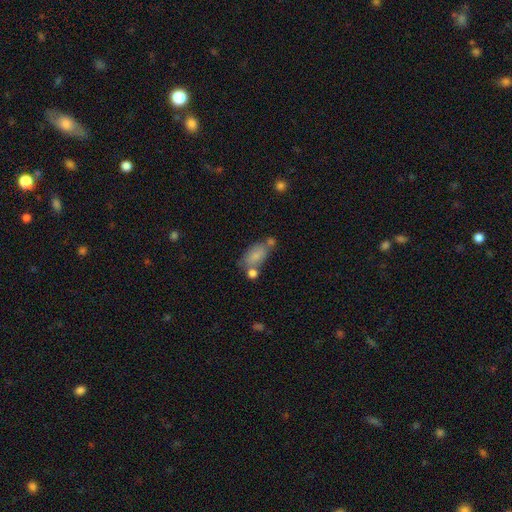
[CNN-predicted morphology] Q: Smooth or featured?
A: smooth (77%); runner-up: featured or disk (14%)
Q: How rounded?
A: in between (88%); runner-up: cigar-shaped (7%)
Q: Merging?
A: none (45%); runner-up: merger (28%)